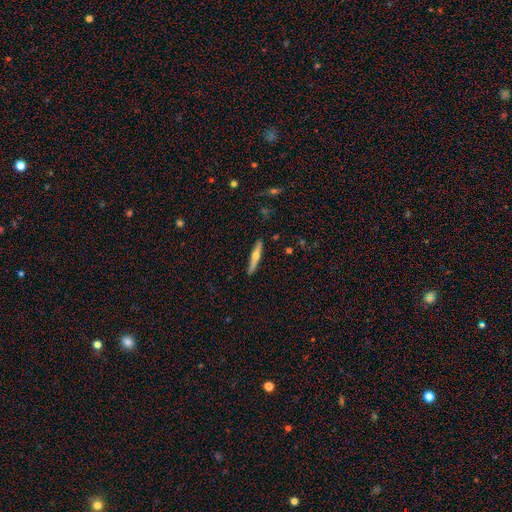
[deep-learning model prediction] This is possibly a featured or disk galaxy (54%). It is clearly viewed edge-on (95%). Edge-on bulge: clearly rounded (90%). Merging: clearly none (89%).